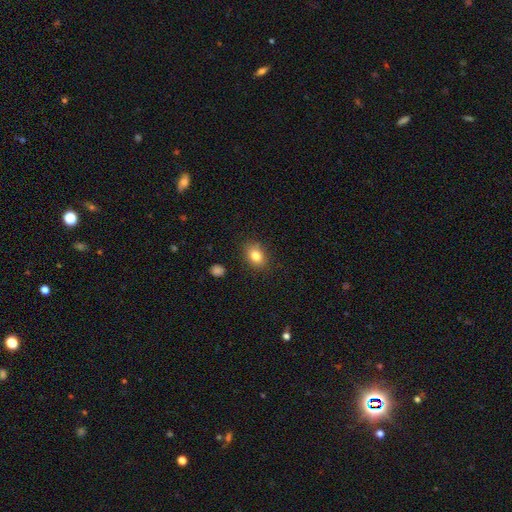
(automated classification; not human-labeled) Smooth or featured? Predicted: smooth (p=0.82). How rounded? Predicted: in between (p=0.70). Merging? Predicted: none (p=0.85).